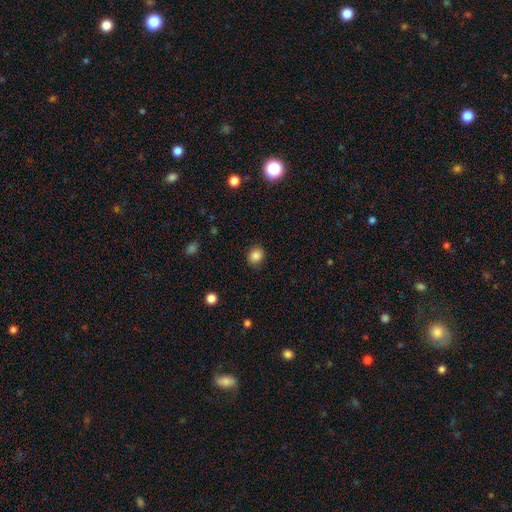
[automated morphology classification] Smooth or featured: smooth — 86% (star or artifact — 11%)
How rounded: round — 70% (in between — 29%)
Merging: none — 87% (minor disturbance — 9%)